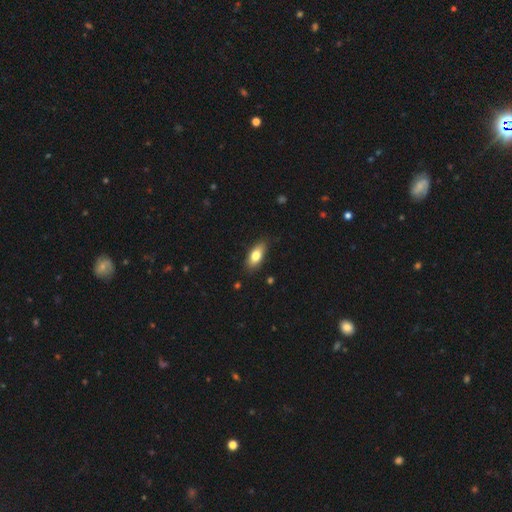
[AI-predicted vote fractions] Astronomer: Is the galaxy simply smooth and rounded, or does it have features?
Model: smooth — 77%.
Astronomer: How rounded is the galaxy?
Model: in between — 83%.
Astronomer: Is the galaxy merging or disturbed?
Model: none — 82%.